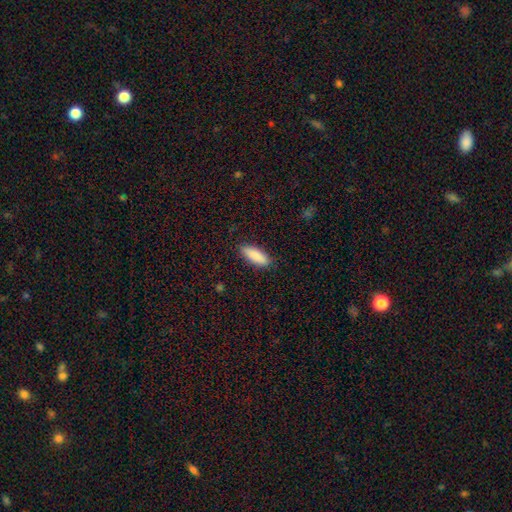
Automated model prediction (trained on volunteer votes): This is clearly a smooth galaxy (89%). How rounded: likely in between (68%). Merging: clearly none (88%).